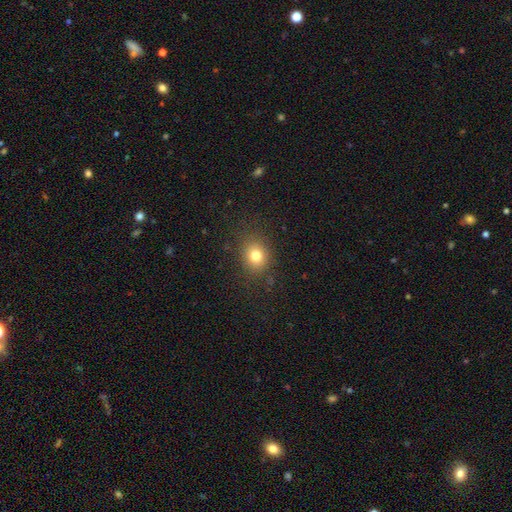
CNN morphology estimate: smooth_or_featured: smooth (p=0.78) [alt: star or artifact p=0.14]
how_rounded: round (p=0.66) [alt: in between p=0.33]
merging: none (p=0.85) [alt: minor disturbance p=0.10]